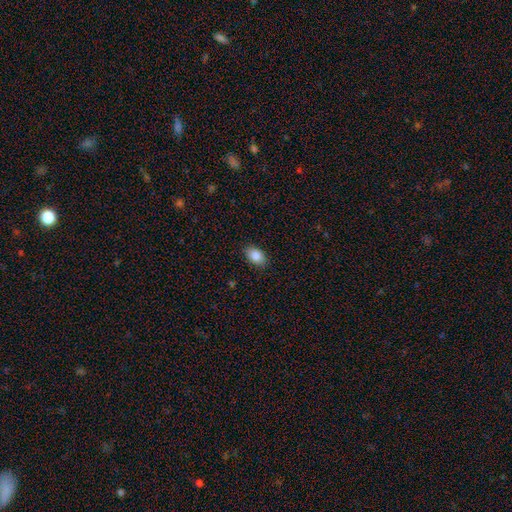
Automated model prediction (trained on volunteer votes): Smooth or featured? Predicted: smooth (p=0.86). How rounded? Predicted: in between (p=0.88). Merging? Predicted: none (p=0.88).